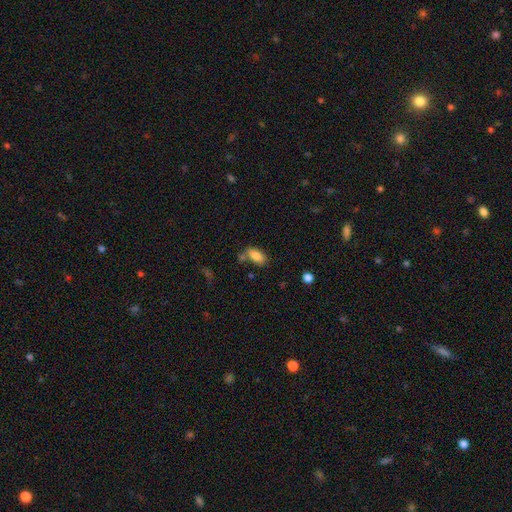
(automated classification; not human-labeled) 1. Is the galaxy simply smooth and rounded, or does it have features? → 85% smooth, 8% star or artifact, 7% featured or disk.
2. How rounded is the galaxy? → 92% in between, 4% cigar-shaped, 4% round.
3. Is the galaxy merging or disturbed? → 60% none, 17% merger, 17% minor disturbance, 6% major disturbance.